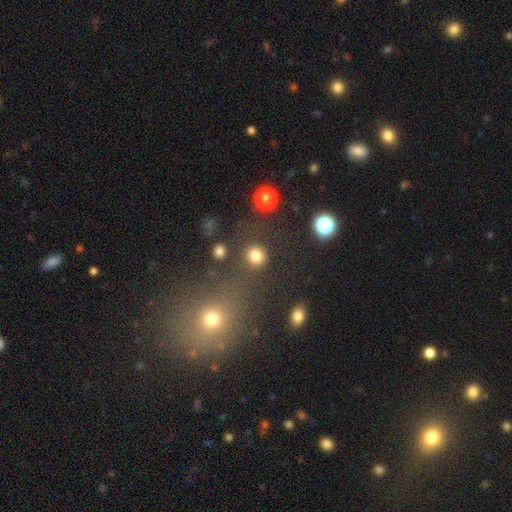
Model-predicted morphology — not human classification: Smooth or featured: smooth — 82% (star or artifact — 12%)
How rounded: round — 84% (in between — 15%)
Merging: none — 78% (minor disturbance — 10%)